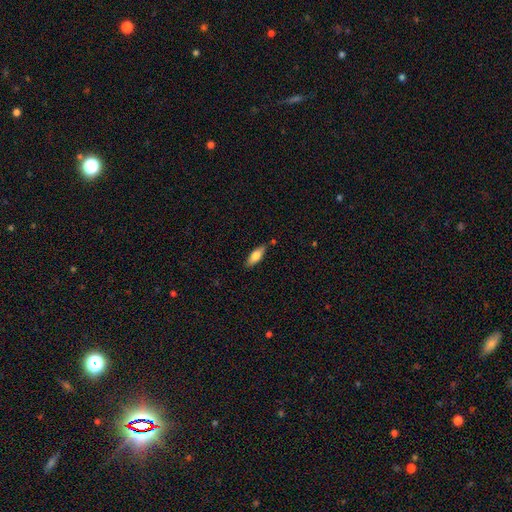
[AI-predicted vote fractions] Smooth or featured? smooth (78%)
How rounded? in between (68%)
Merging? none (75%)